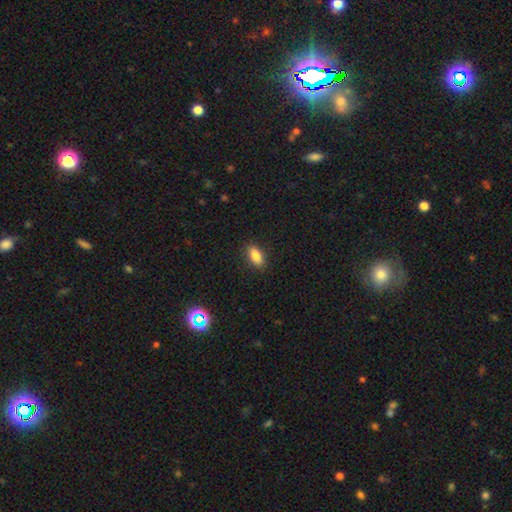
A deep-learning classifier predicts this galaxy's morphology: type=smooth (86%); roundness=in between (86%); merging=none (88%).